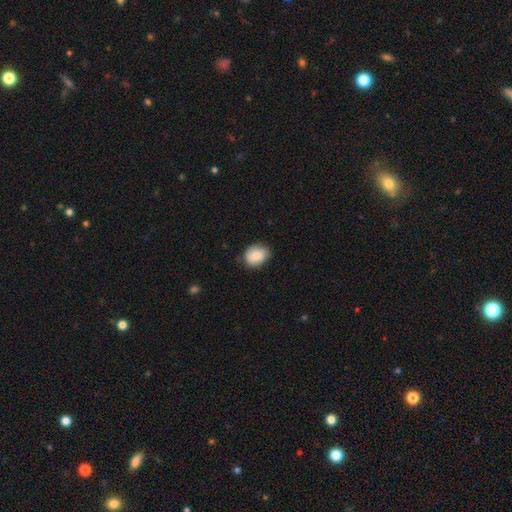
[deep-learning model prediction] Morphology: type=smooth (79%); roundness=round (53%); merging=none (73%).